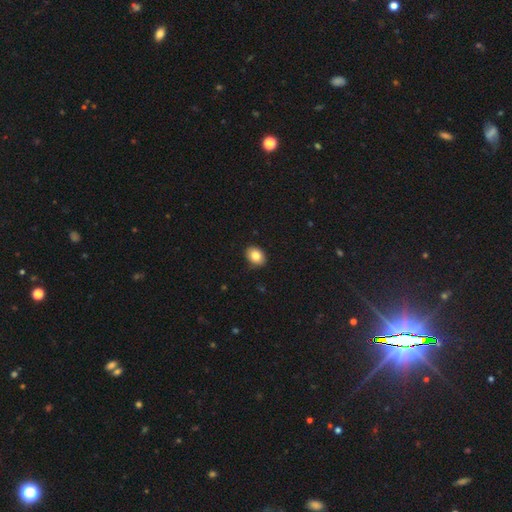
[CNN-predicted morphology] Smooth or featured? Predicted: smooth (p=0.83). How rounded? Predicted: in between (p=0.68). Merging? Predicted: none (p=0.89).